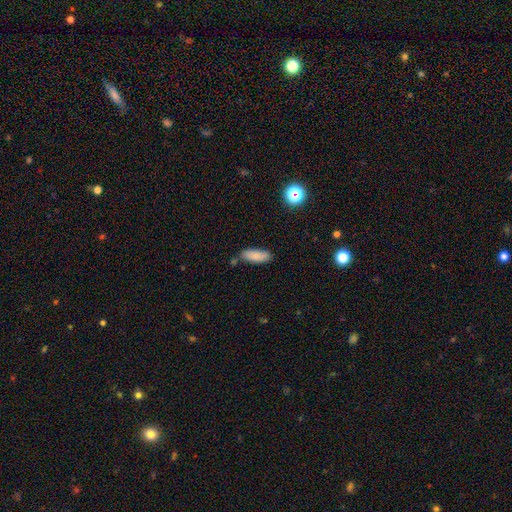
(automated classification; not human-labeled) A smooth galaxy with no disk features (82%) that is in between round and cigar-shaped (69%). Merging: none (70%).